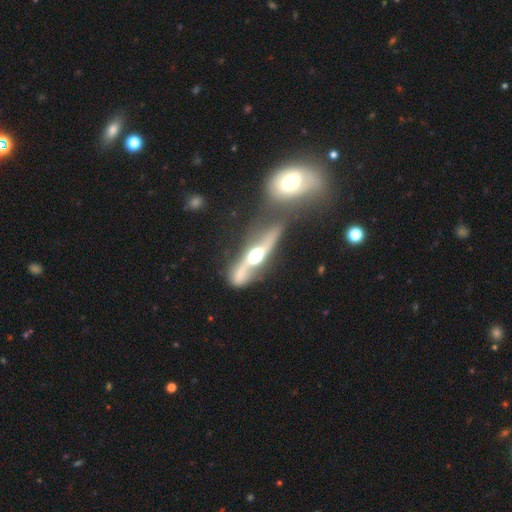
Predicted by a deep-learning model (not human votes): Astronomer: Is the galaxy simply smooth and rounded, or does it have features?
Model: featured or disk — 75%.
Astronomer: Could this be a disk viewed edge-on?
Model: yes — 61% (runner-up: no, 39%).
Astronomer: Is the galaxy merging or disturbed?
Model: none — 46% (runner-up: merger, 27%).